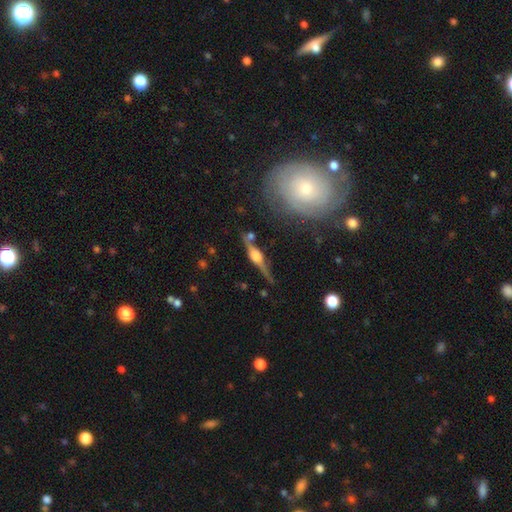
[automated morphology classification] Smooth or featured?
  - featured or disk: 80% *
  - smooth: 13%
  - star or artifact: 7%
Edge-on disk?
  - yes: 95% *
  - no: 5%
Edge-on bulge?
  - rounded: 86% *
  - boxy: 11%
  - none: 3%
Merging?
  - none: 69% *
  - minor disturbance: 17%
  - merger: 8%
  - major disturbance: 6%